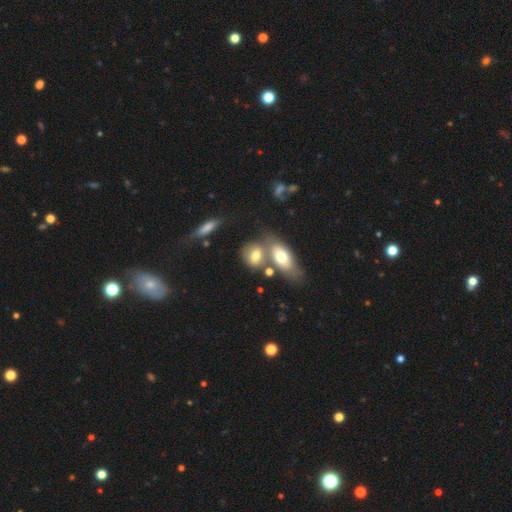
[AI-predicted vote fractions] smooth_or_featured: smooth (p=0.67) [alt: featured or disk p=0.23]
how_rounded: in between (p=0.63) [alt: round p=0.32]
merging: merger (p=0.45) [alt: none p=0.38]